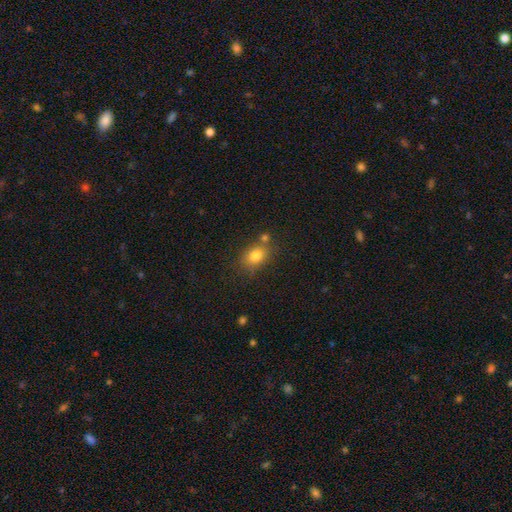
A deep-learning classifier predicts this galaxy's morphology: smooth_or_featured: smooth (p=0.80) [alt: star or artifact p=0.11]
how_rounded: in between (p=0.64) [alt: round p=0.34]
merging: none (p=0.67) [alt: minor disturbance p=0.16]